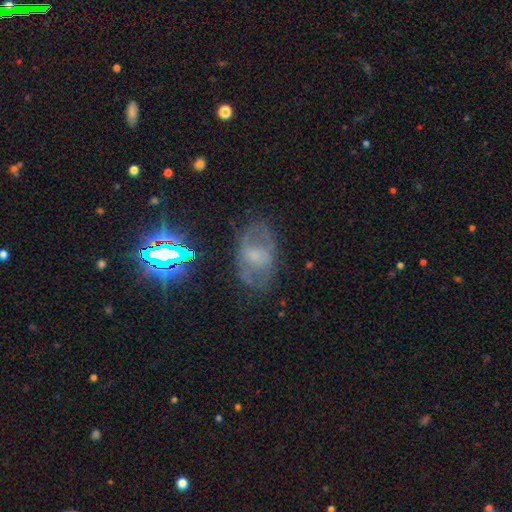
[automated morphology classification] Smooth or featured?
  - featured or disk: 51% *
  - smooth: 32%
  - star or artifact: 17%
Edge-on disk?
  - no: 93% *
  - yes: 7%
Merging?
  - none: 61% *
  - minor disturbance: 21%
  - major disturbance: 16%
  - merger: 2%